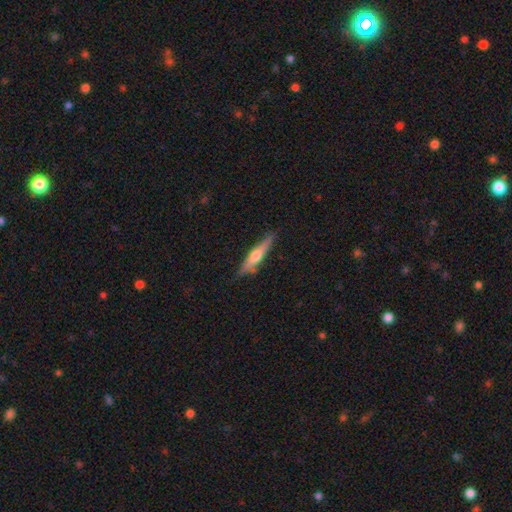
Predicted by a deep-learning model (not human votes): This is possibly a featured or disk galaxy (50%). Merging: clearly none (81%).